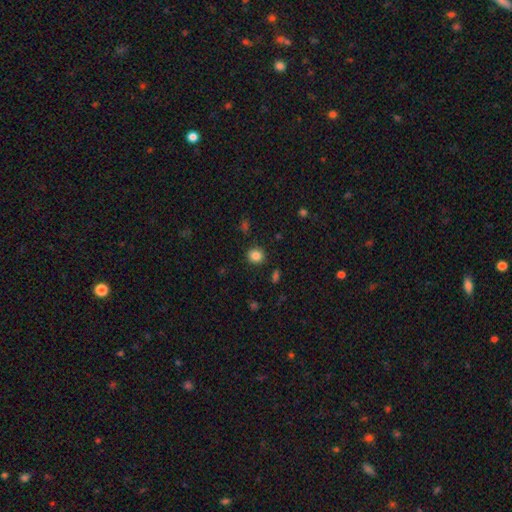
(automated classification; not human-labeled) smooth 85%, star or artifact 11%, featured or disk 5%. Down the decision tree: how rounded — round (85%); merging — none (90%).